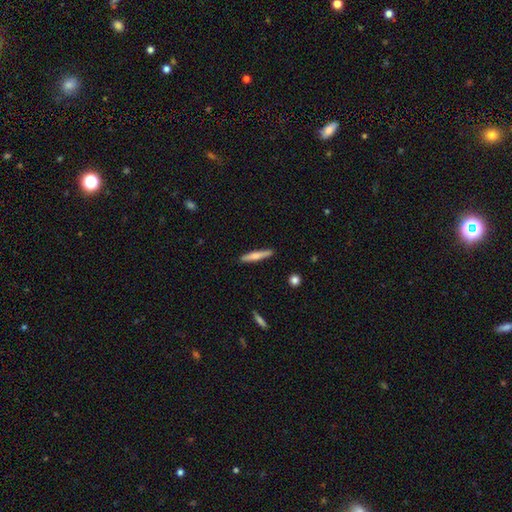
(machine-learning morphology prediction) Overall: smooth (61%; featured or disk 34%). How rounded: cigar-shaped (92%). Merging: none (89%).